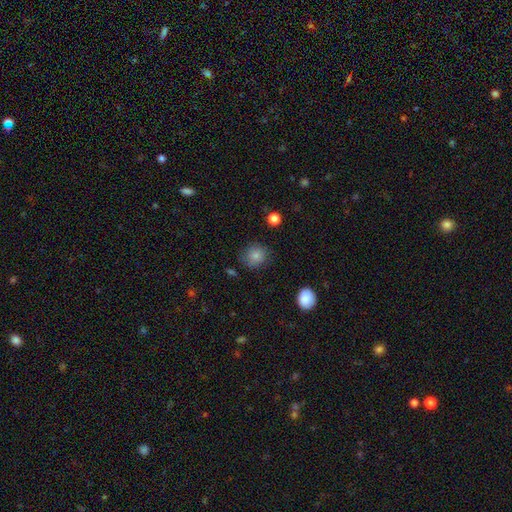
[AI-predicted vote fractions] This is clearly a smooth galaxy (82%). How rounded: clearly round (84%). Merging: likely none (78%).